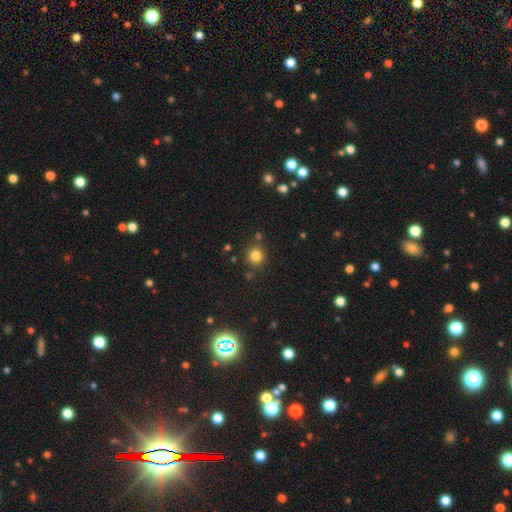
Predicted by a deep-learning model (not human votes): A smooth galaxy with no disk features (81%) that is round (89%).

Vote fractions:
- Smooth or featured? smooth: 81% / star or artifact: 13% / featured or disk: 5%
- How rounded? round: 89% / in between: 10% / cigar-shaped: 1%
- Merging? none: 82% / minor disturbance: 9% / merger: 6% / major disturbance: 3%